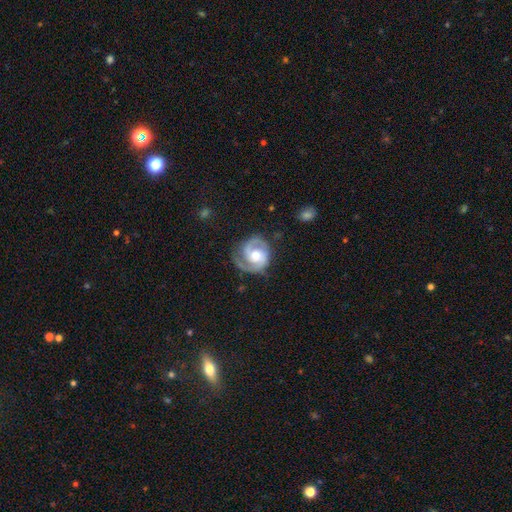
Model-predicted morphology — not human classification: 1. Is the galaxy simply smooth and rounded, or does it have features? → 87% featured or disk, 8% smooth, 4% star or artifact.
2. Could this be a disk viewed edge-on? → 98% no, 2% yes.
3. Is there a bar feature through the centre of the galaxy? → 56% no, 35% weak, 9% strong.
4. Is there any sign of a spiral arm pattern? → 97% yes, 3% no.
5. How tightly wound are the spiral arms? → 45% medium (tied), 45% tight (tied), 10% loose.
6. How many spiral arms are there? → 83% 2, 8% 1, 4% can't tell, 3% 3, 1% 4, 1% more than 4.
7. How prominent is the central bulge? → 66% moderate, 17% small, 14% large, 2% none, 1% dominant.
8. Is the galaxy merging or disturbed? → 73% none, 17% minor disturbance, 8% major disturbance, 2% merger.